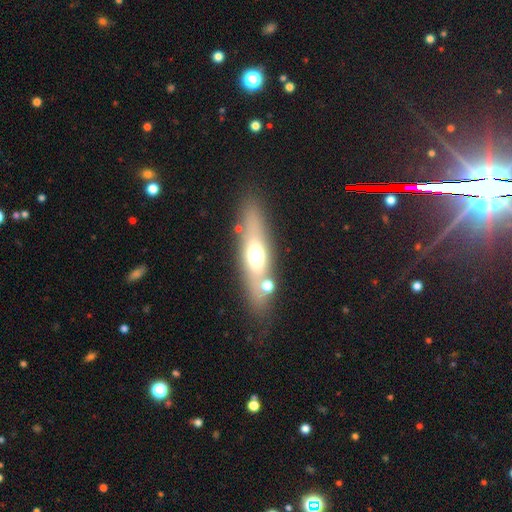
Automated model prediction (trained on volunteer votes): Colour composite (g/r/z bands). It shows a smooth galaxy with no disk features (49%). Merging: none (76%).